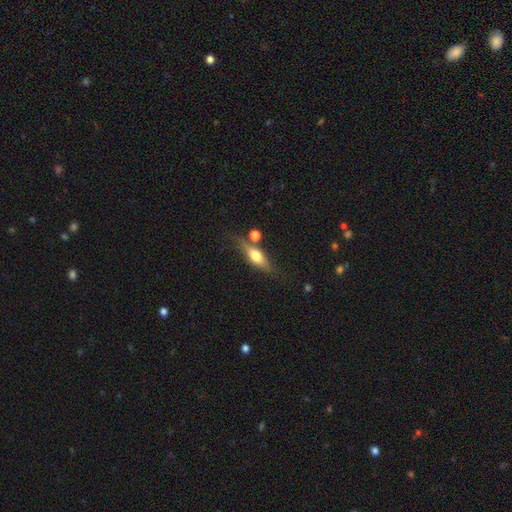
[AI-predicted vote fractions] A smooth galaxy with no disk features (52%) that is in between round and cigar-shaped (53%).

Vote fractions:
- Smooth or featured? smooth: 52% / featured or disk: 40% / star or artifact: 8%
- How rounded? in between: 53% / cigar-shaped: 41% / round: 6%
- Merging? none: 64% / minor disturbance: 18% / merger: 12% / major disturbance: 6%